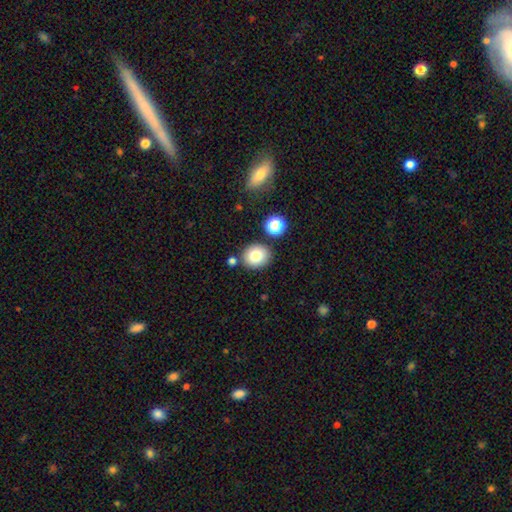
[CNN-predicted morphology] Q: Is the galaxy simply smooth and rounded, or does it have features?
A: smooth — 79%.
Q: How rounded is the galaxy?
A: round — 75%.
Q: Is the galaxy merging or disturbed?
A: none — 81%.